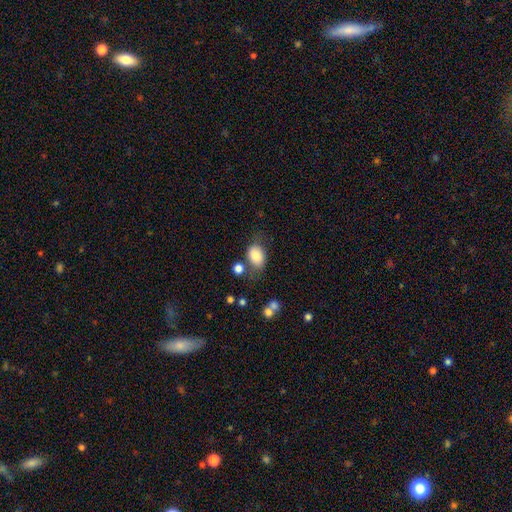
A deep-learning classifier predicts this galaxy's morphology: A smooth galaxy with no disk features (82%) that is in between round and cigar-shaped (75%). Merging: none (59%).